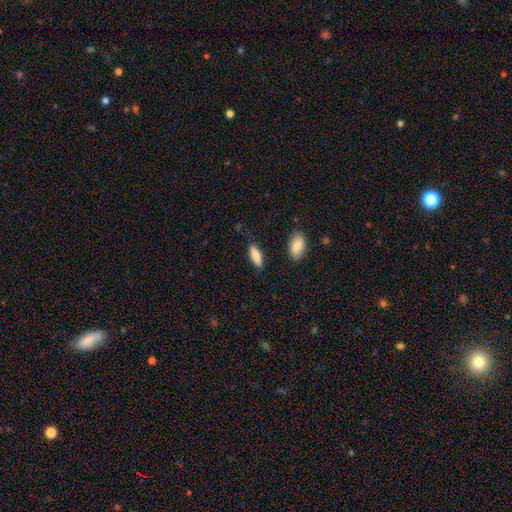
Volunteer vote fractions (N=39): This is clearly a smooth galaxy (90%). How rounded: possibly in between (57%). Merging: likely none (71%).